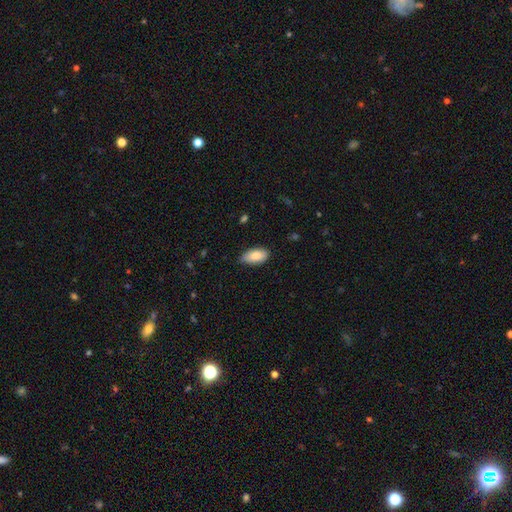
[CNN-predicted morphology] Smooth or featured? smooth (84%)
How rounded? in between (93%)
Merging? none (73%)